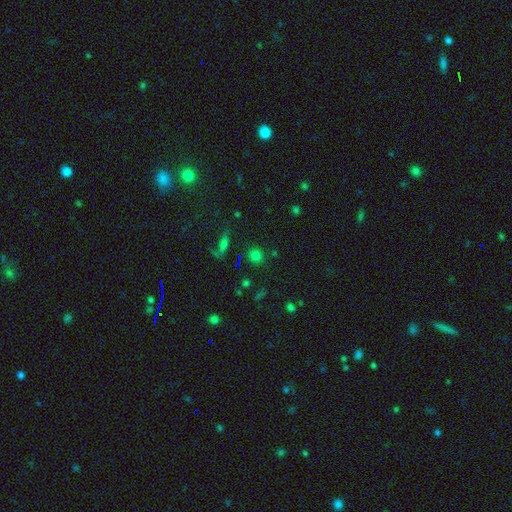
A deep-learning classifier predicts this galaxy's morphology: Smooth or featured: smooth — 71% (star or artifact — 22%)
How rounded: round — 88% (in between — 10%)
Merging: none — 84% (minor disturbance — 8%)